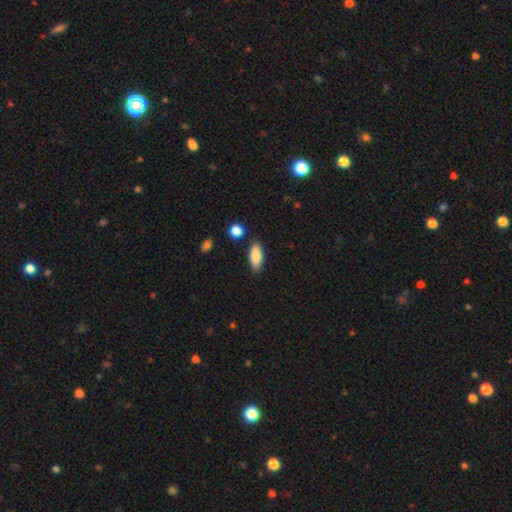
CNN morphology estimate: A smooth galaxy with no disk features (87%) that is in between round and cigar-shaped (82%).

Vote fractions:
- Smooth or featured? smooth: 87% / featured or disk: 7% / star or artifact: 6%
- How rounded? in between: 82% / cigar-shaped: 16% / round: 2%
- Merging? none: 83% / minor disturbance: 11% / merger: 3% / major disturbance: 2%